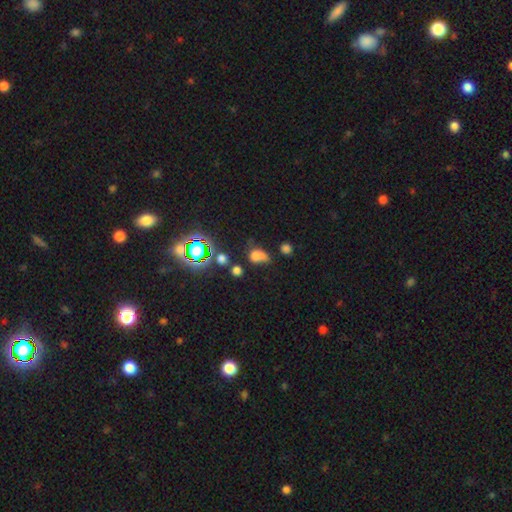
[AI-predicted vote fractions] This is likely a smooth galaxy (63%). How rounded: possibly in between (54%). Merging: marginally none (33%).